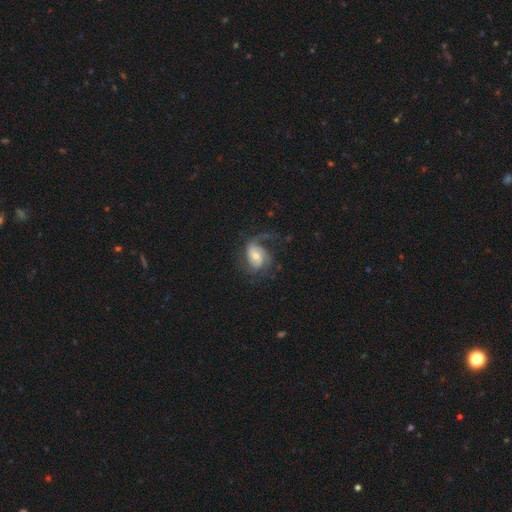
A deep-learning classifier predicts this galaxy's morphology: Smooth or featured? Predicted: featured or disk (p=0.80). Edge-on disk? Predicted: no (p=0.97). Bar? Predicted: no (p=0.51). Spiral arms? Predicted: yes (p=0.94). Spiral winding? Predicted: medium (p=0.42). Spiral arm count? Predicted: 2 (p=0.46). Bulge size? Predicted: moderate (p=0.56). Merging? Predicted: none (p=0.51).